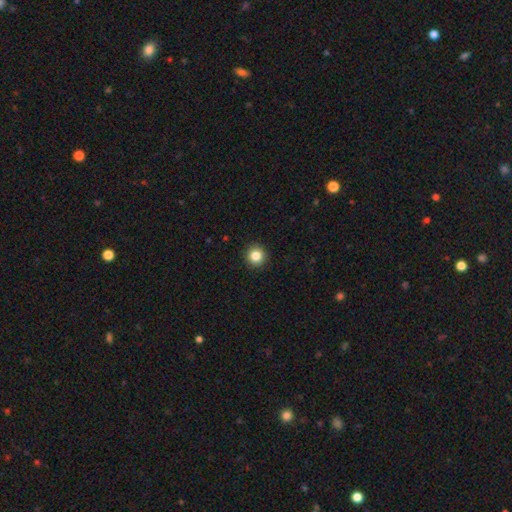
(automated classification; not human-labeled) Smooth or featured? Predicted: smooth (p=0.84). How rounded? Predicted: round (p=0.94). Merging? Predicted: none (p=0.93).